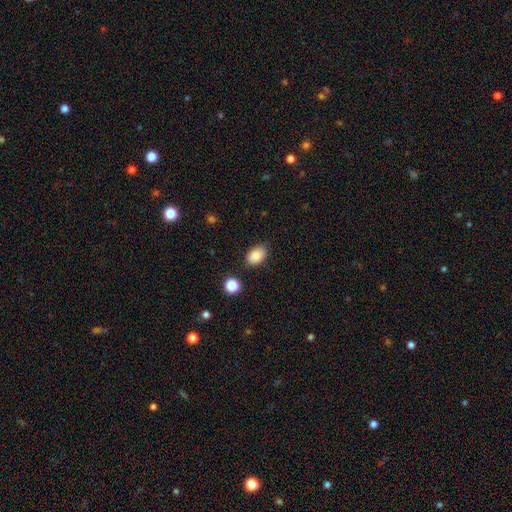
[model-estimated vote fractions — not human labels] Smooth or featured? Predicted: smooth (p=0.84). How rounded? Predicted: in between (p=0.86). Merging? Predicted: none (p=0.85).